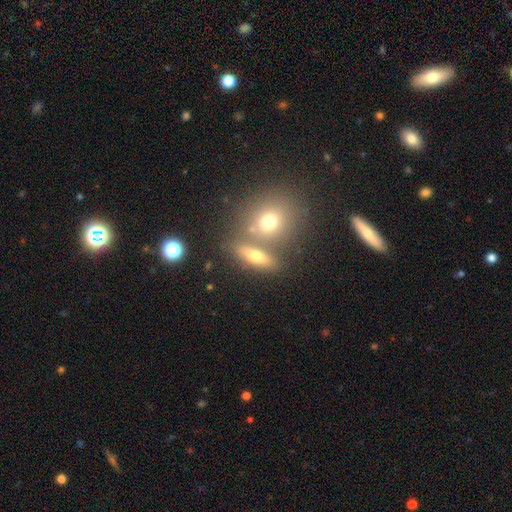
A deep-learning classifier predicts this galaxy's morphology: Smooth or featured? smooth (63%)
How rounded? in between (44%)
Merging? none (61%)